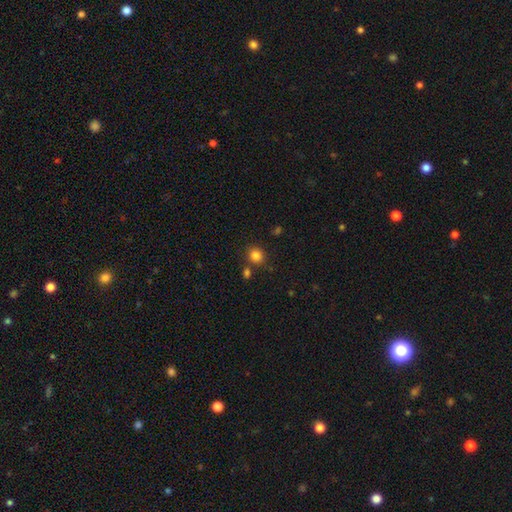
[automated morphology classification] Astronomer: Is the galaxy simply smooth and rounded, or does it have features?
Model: smooth — 84%.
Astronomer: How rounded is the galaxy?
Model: round — 83%.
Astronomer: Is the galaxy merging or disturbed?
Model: none — 79%.